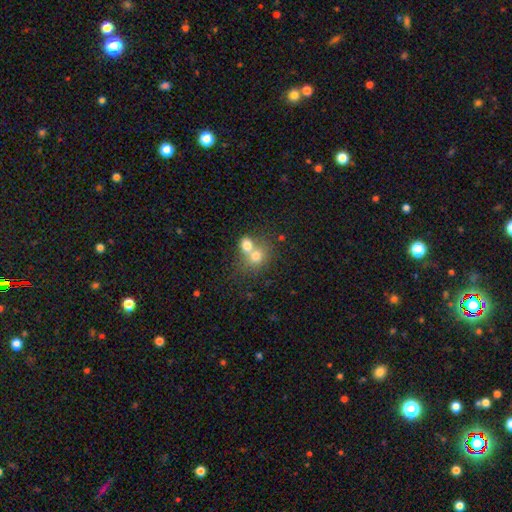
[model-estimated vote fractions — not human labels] Overall: smooth (72%). How rounded: round (61%; in between 38%). Merging: merger (67%).